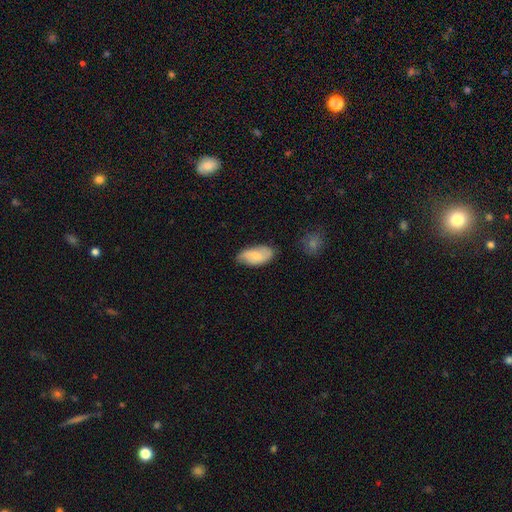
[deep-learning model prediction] The model was most divided on "merging": none: 67%, minor disturbance: 26%, major disturbance: 5%, merger: 2%. More confident: how rounded — in between (94%); smooth or featured — smooth (70%).